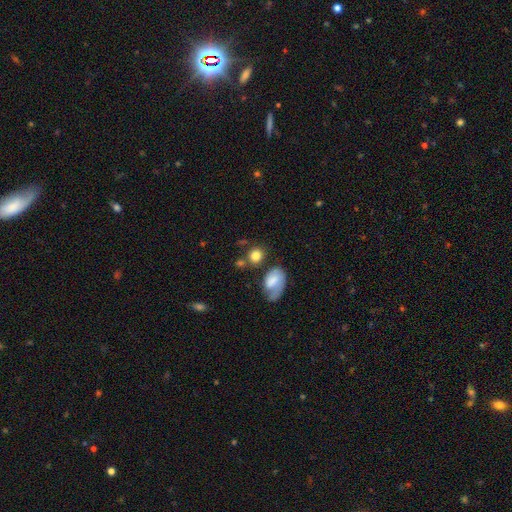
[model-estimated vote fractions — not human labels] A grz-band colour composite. It shows a smooth galaxy with no disk features (80%) that is round (70%). Merging: none (62%).